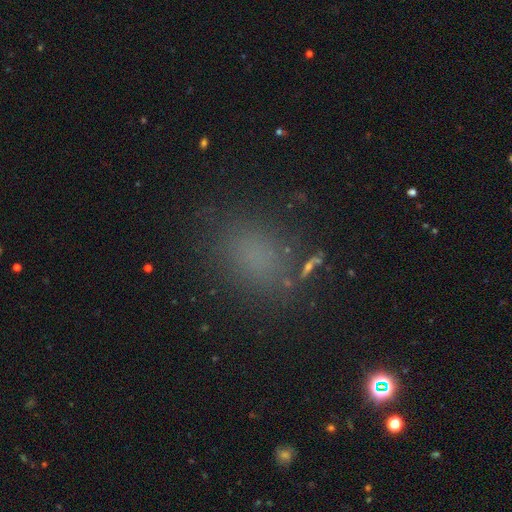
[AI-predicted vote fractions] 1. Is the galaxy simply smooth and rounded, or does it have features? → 71% smooth, 21% star or artifact, 8% featured or disk.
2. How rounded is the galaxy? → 65% in between, 32% round, 2% cigar-shaped.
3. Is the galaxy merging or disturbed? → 78% none, 13% minor disturbance, 6% major disturbance, 3% merger.